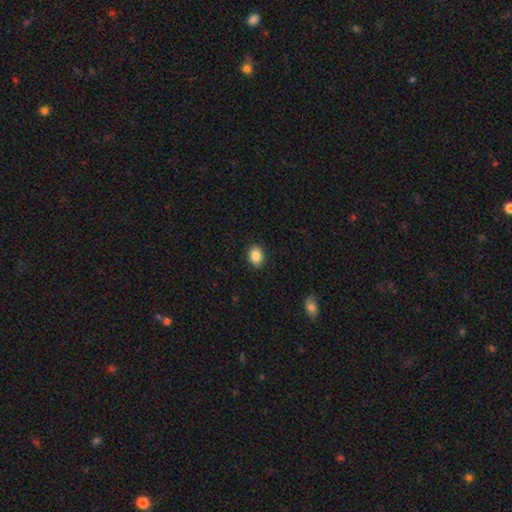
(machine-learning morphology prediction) A smooth galaxy with no disk features (87%) that is in between round and cigar-shaped (67%). Merging: none (89%).